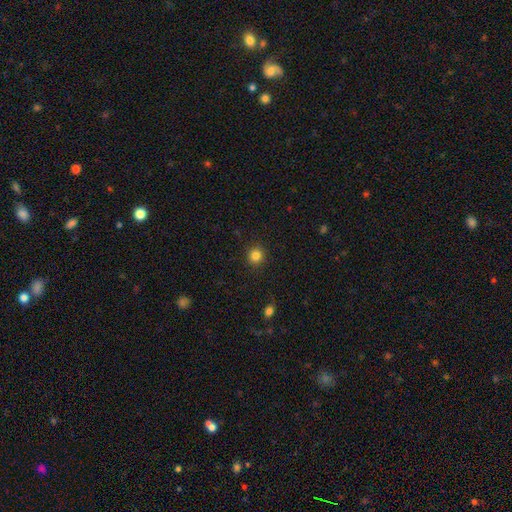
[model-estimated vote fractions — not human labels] A smooth galaxy with no disk features (84%) that is round (93%). Merging: none (91%).